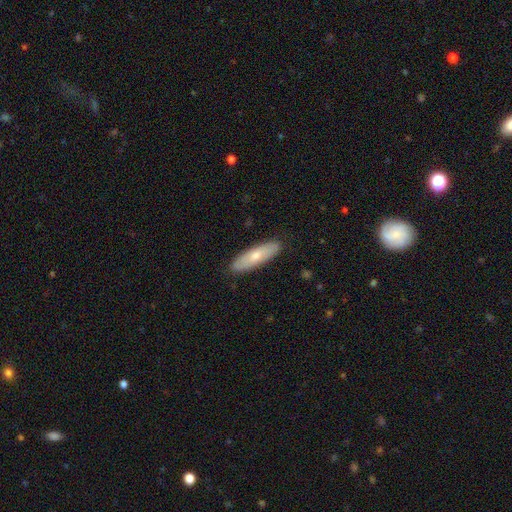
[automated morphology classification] smooth_or_featured: smooth (p=0.68) [alt: featured or disk p=0.26]
how_rounded: cigar-shaped (p=0.56) [alt: in between p=0.42]
merging: none (p=0.87) [alt: minor disturbance p=0.10]